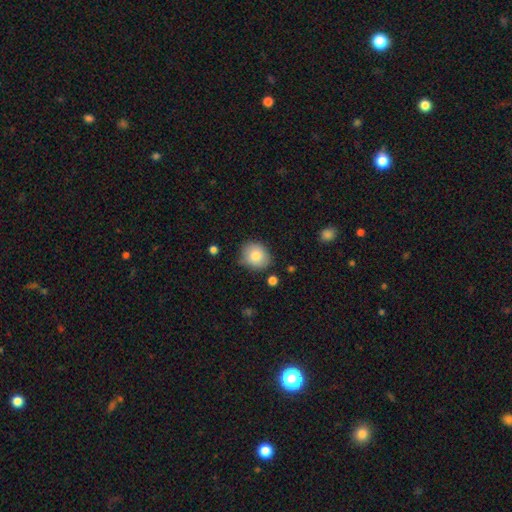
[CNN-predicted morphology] smooth_or_featured: smooth (p=0.82) [alt: featured or disk p=0.09]
how_rounded: round (p=0.74) [alt: in between p=0.25]
merging: none (p=0.76) [alt: minor disturbance p=0.17]